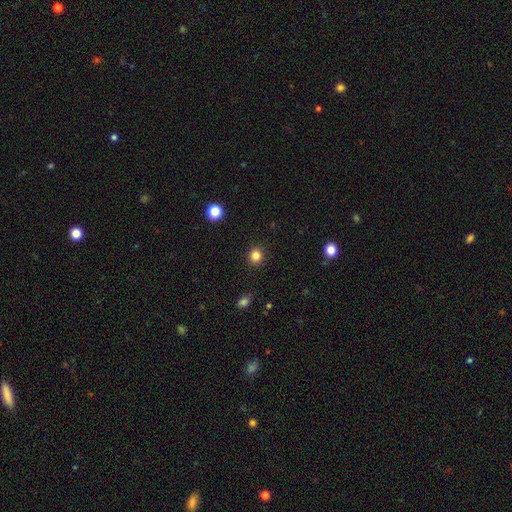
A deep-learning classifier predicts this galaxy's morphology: Smooth or featured? smooth (83%)
How rounded? round (89%)
Merging? none (92%)